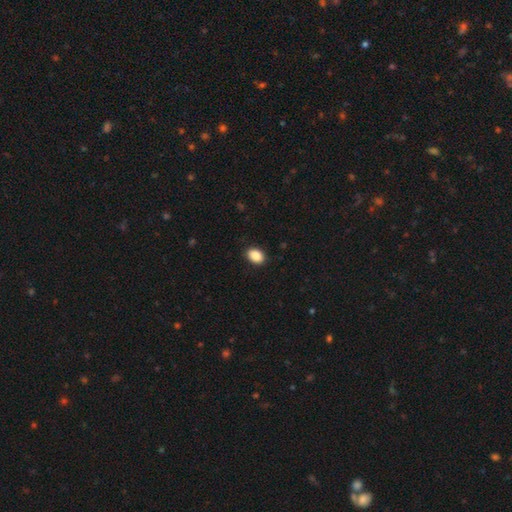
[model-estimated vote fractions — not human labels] Morphology: type=smooth (89%); roundness=in between (81%); merging=none (89%).